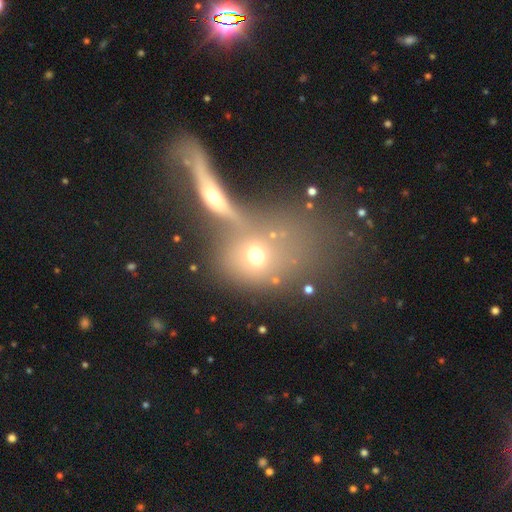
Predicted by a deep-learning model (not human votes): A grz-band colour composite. It shows a smooth galaxy with no disk features (62%) that is round (60%). Merging: merger (57%).